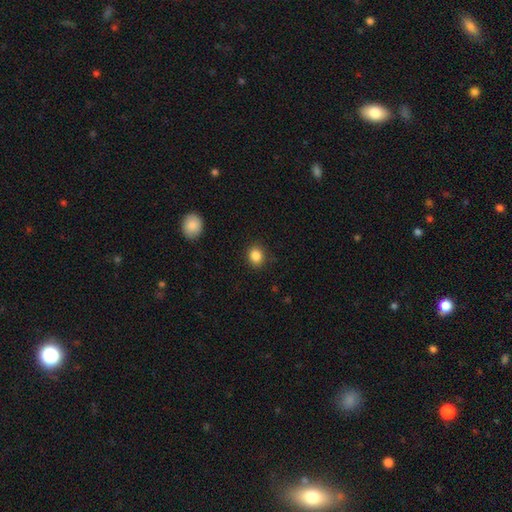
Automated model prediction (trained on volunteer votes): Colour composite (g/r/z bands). It shows a smooth galaxy with no disk features (86%) that is round (71%). Merging: none (88%).